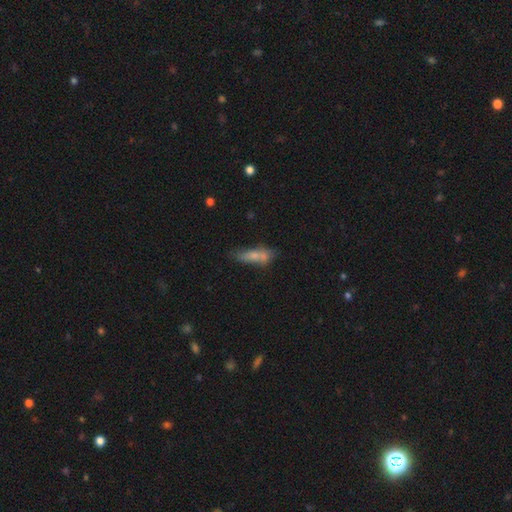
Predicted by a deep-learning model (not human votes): Overall: smooth (67%). How rounded: cigar-shaped (52%; in between 45%). Merging: none (46%; minor disturbance 22%).